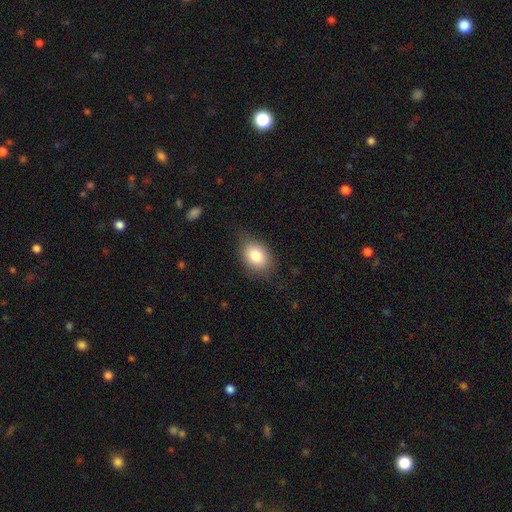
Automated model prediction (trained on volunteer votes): Q: Smooth or featured?
A: smooth (81%); runner-up: featured or disk (11%)
Q: How rounded?
A: in between (77%); runner-up: round (21%)
Q: Merging?
A: none (75%); runner-up: minor disturbance (19%)